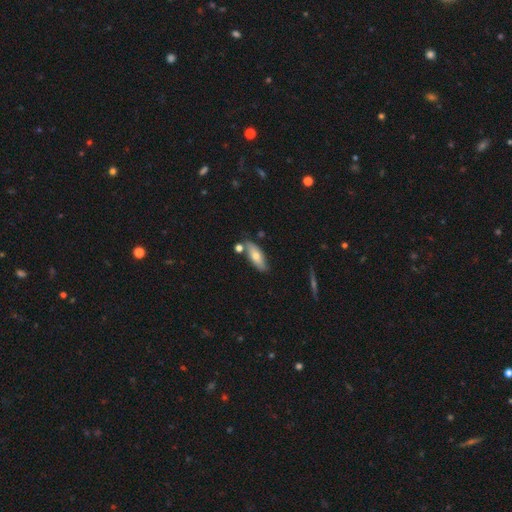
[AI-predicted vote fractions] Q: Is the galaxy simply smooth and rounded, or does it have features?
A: smooth — 67%.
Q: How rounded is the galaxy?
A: in between — 67%.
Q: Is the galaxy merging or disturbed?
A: none — 74%.